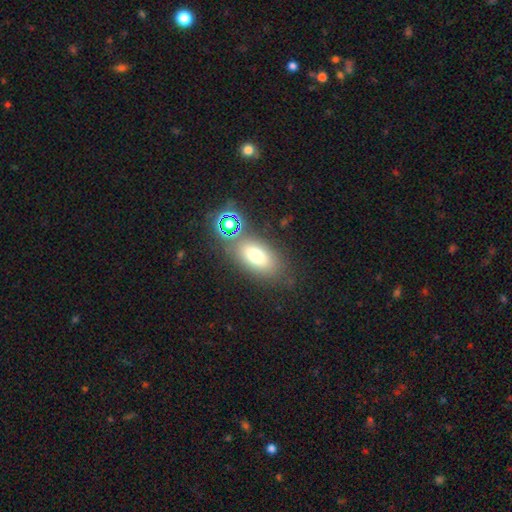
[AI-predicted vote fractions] Q: Smooth or featured?
A: smooth (71%); runner-up: star or artifact (15%)
Q: How rounded?
A: in between (85%); runner-up: round (9%)
Q: Merging?
A: none (73%); runner-up: minor disturbance (12%)